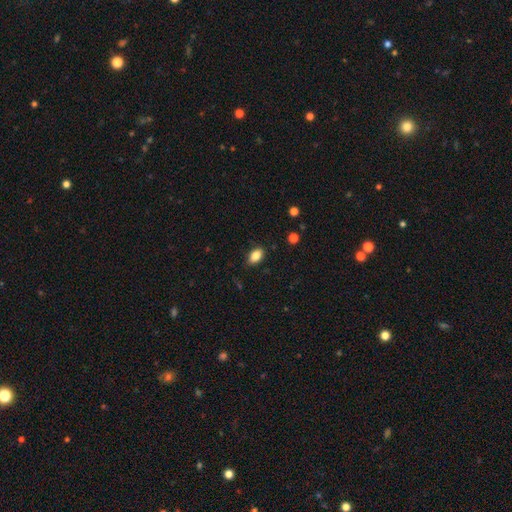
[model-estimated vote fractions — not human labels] Q: Smooth or featured?
A: smooth (84%); runner-up: star or artifact (8%)
Q: How rounded?
A: in between (88%); runner-up: round (9%)
Q: Merging?
A: none (83%); runner-up: minor disturbance (14%)